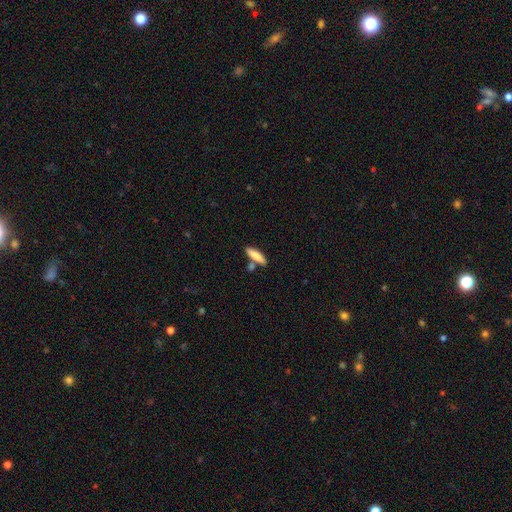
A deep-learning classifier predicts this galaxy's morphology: type=smooth (78%); roundness=cigar-shaped (64%); merging=none (73%).